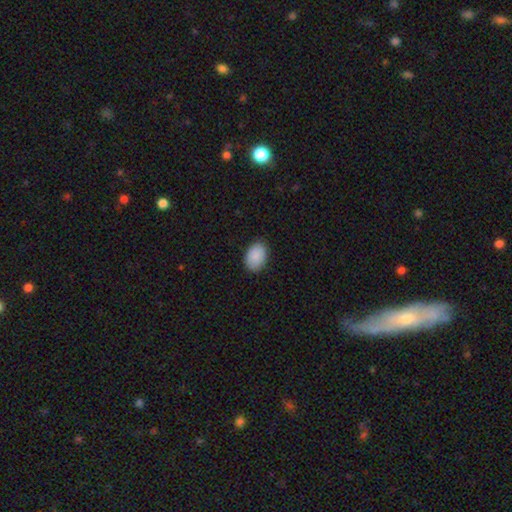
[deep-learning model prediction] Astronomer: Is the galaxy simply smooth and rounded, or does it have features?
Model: smooth — 90%.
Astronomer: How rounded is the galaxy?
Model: in between — 83%.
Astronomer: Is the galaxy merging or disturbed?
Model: none — 87%.